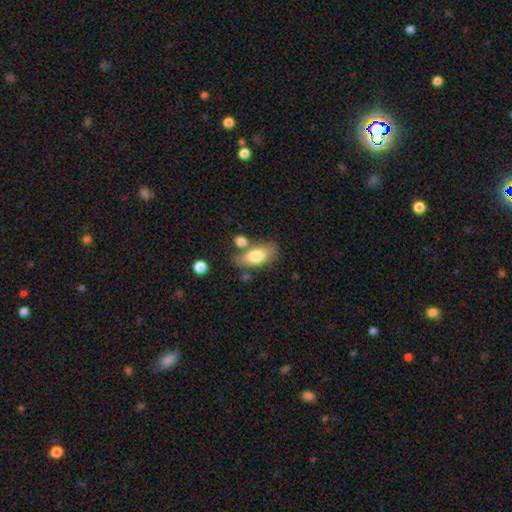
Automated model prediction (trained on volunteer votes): smooth-or-featured: smooth: 76% | featured or disk: 18% | star or artifact: 6%
  how-rounded: in between: 88% | cigar-shaped: 7% | round: 4%
  merging: none: 53% | merger: 21% | minor disturbance: 18% | major disturbance: 7%